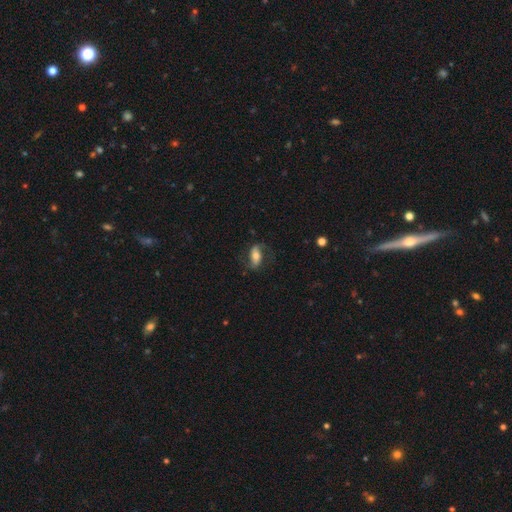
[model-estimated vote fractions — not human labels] A featured or disk galaxy (52%).

Vote fractions:
- Smooth or featured? featured or disk: 52% / smooth: 41% / star or artifact: 8%
- Edge-on disk? no: 90% / yes: 10%
- Merging? none: 66% / minor disturbance: 19% / major disturbance: 13% / merger: 1%